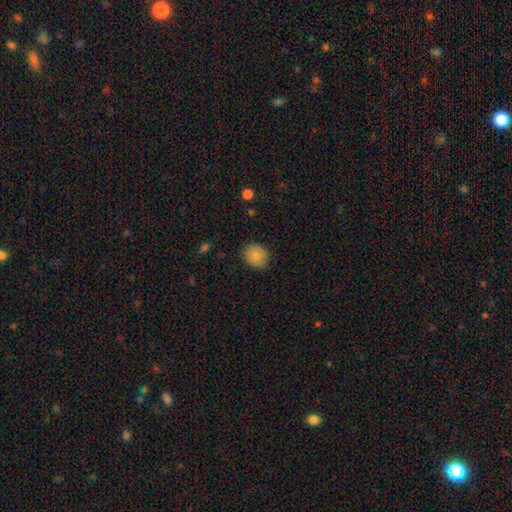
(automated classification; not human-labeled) Smooth or featured?
  - smooth: 80% *
  - featured or disk: 12%
  - star or artifact: 8%
How rounded?
  - round: 60% *
  - in between: 39%
  - cigar-shaped: 1%
Merging?
  - none: 83% *
  - minor disturbance: 13%
  - major disturbance: 3%
  - merger: 1%